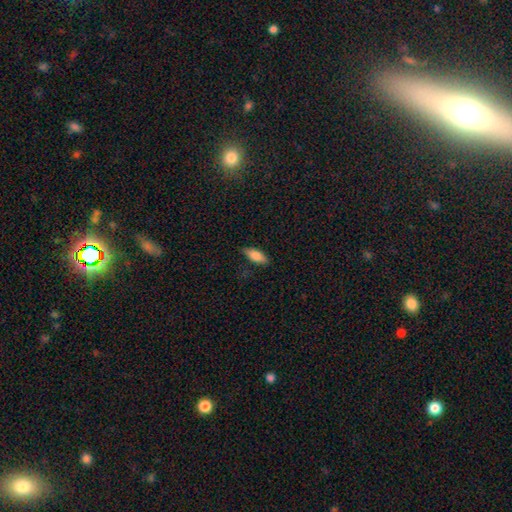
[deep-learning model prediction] Smooth or featured: smooth — 81% (featured or disk — 13%)
How rounded: in between — 75% (cigar-shaped — 23%)
Merging: none — 84% (minor disturbance — 13%)